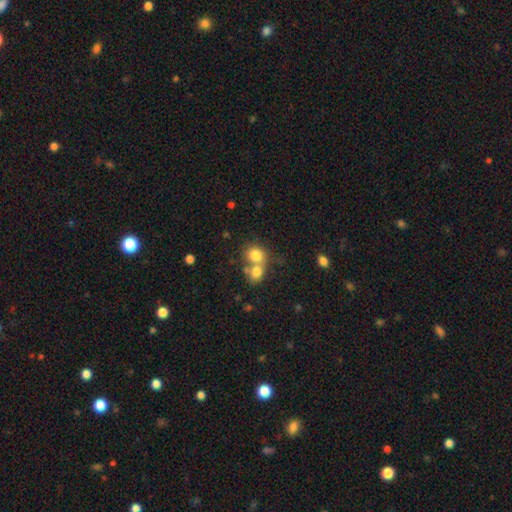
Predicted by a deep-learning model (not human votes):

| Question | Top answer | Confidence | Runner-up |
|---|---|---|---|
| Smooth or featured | smooth | 78% | featured or disk (12%) |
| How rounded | round | 65% | in between (34%) |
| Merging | merger | 59% | none (31%) |